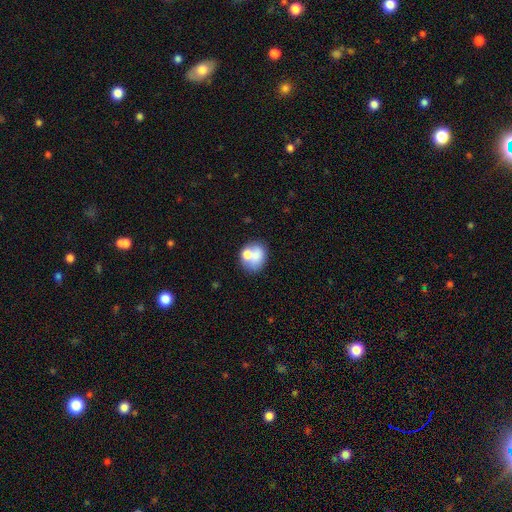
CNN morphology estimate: This is likely a smooth galaxy (69%). How rounded: possibly round (55%). Merging: marginally none (43%).